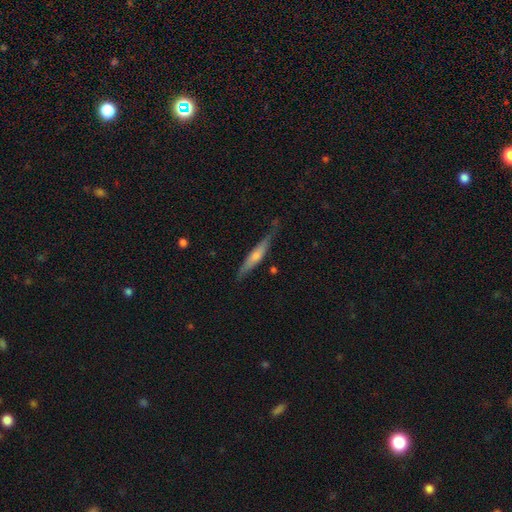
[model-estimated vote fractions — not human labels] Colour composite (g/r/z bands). It shows a featured or disk galaxy (49%). Merging: none (74%).